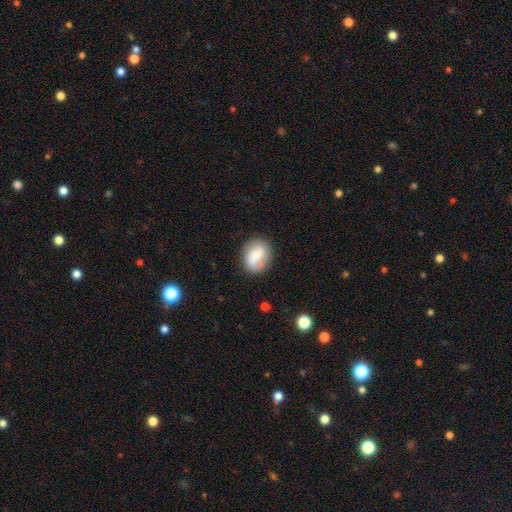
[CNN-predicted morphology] type=smooth (67%); roundness=round (52%); merging=none (69%).